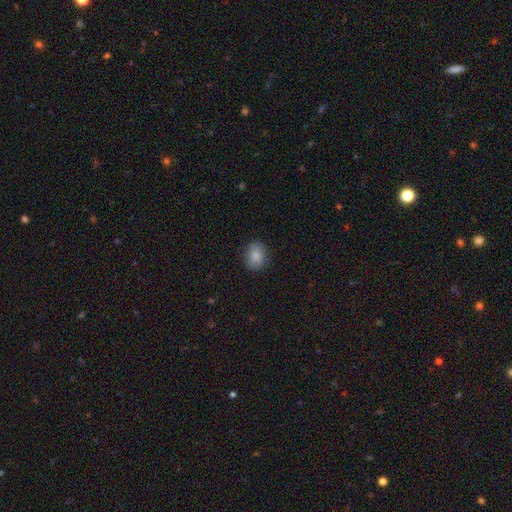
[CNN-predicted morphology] Smooth or featured?
  - smooth: 87% *
  - star or artifact: 8%
  - featured or disk: 5%
How rounded?
  - round: 55% *
  - in between: 44%
  - cigar-shaped: 1%
Merging?
  - none: 85% *
  - minor disturbance: 11%
  - major disturbance: 3%
  - merger: 1%